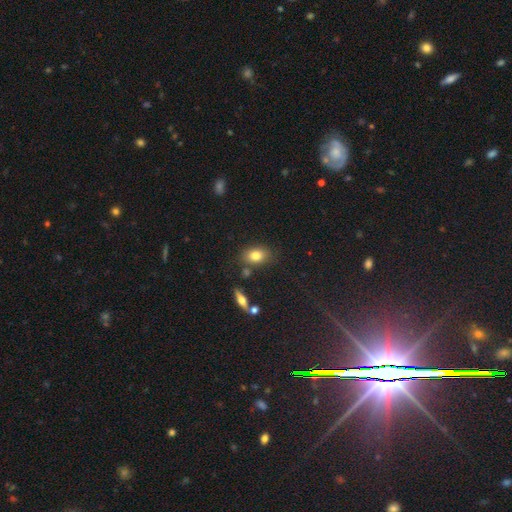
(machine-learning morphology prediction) smooth_or_featured: smooth (p=0.78) [alt: featured or disk p=0.13]
how_rounded: in between (p=0.76) [alt: round p=0.21]
merging: none (p=0.74) [alt: minor disturbance p=0.14]